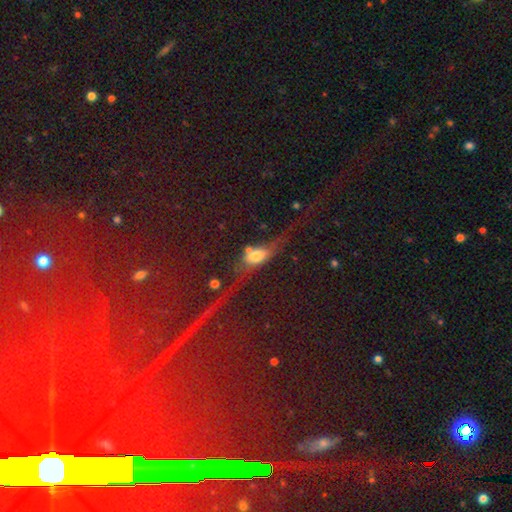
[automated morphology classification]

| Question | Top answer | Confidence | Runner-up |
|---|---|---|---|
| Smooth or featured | smooth | 56% | featured or disk (28%) |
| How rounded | in between | 72% | cigar-shaped (16%) |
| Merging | none | 34% | major disturbance (28%) |